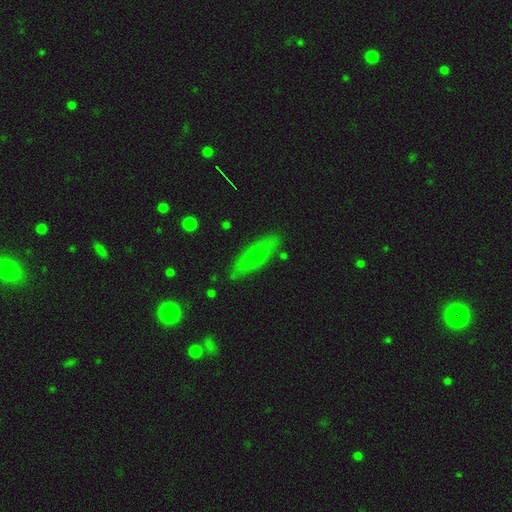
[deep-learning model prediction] The model was most divided on "how rounded": cigar-shaped: 53%, in between: 44%, round: 3%. More confident: merging — none (83%); smooth or featured — smooth (55%).